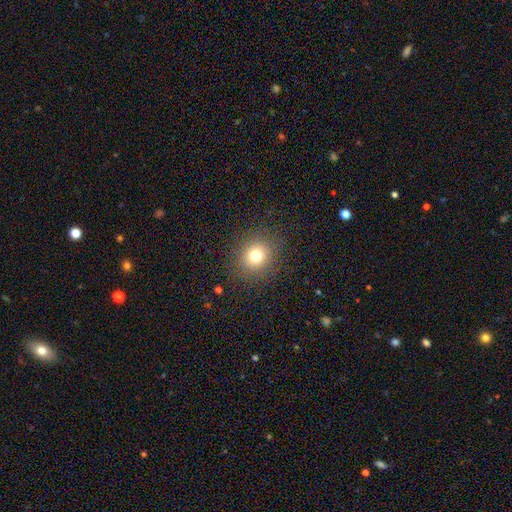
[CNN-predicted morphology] Smooth or featured? smooth (77%)
How rounded? round (78%)
Merging? none (88%)